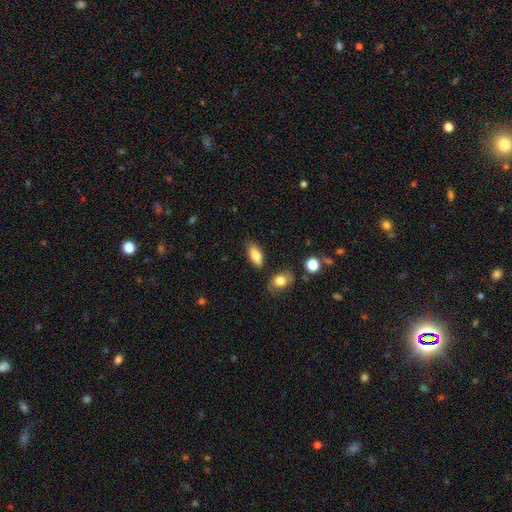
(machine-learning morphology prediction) This is clearly a smooth galaxy (84%). How rounded: clearly in between (84%). Merging: likely none (80%).